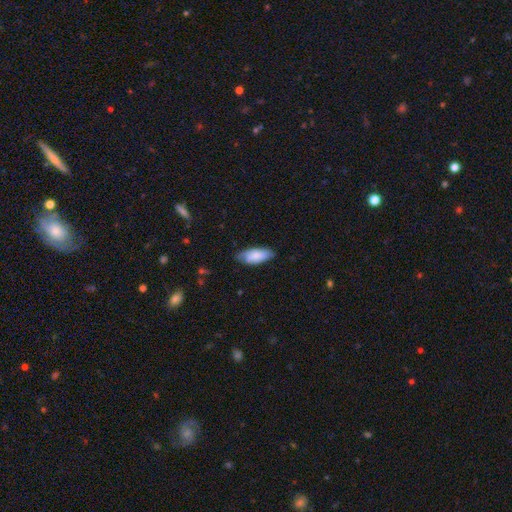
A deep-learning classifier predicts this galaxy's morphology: smooth_or_featured: smooth (p=0.77) [alt: featured or disk p=0.17]
how_rounded: in between (p=0.85) [alt: cigar-shaped p=0.13]
merging: none (p=0.71) [alt: minor disturbance p=0.24]